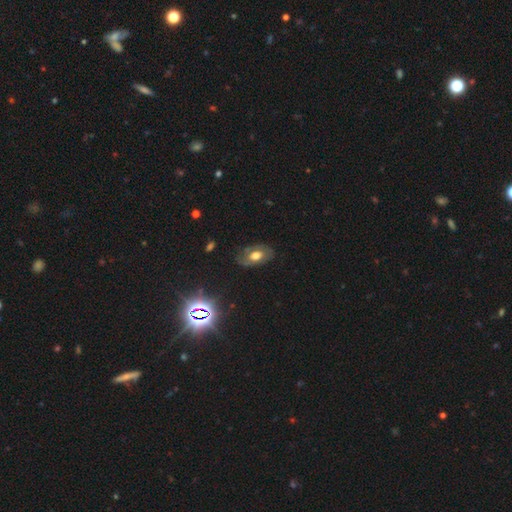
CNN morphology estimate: Smooth or featured? Predicted: featured or disk (p=0.54). Edge-on disk? Predicted: no (p=0.92). Merging? Predicted: none (p=0.73).